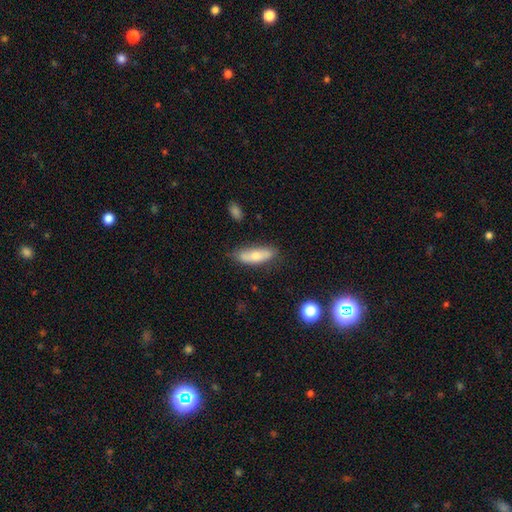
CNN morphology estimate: A smooth galaxy with no disk features (65%) that is in between round and cigar-shaped (56%). Merging: none (73%).